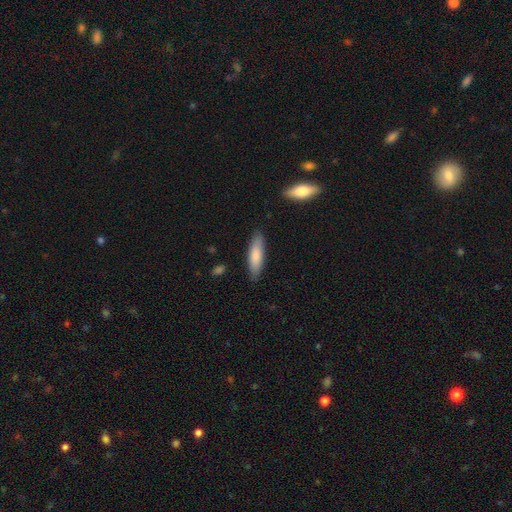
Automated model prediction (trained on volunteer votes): A smooth galaxy with no disk features (81%) that is cigar-shaped (62%).

Vote fractions:
- Smooth or featured? smooth: 81% / featured or disk: 14% / star or artifact: 5%
- How rounded? cigar-shaped: 62% / in between: 36% / round: 1%
- Merging? none: 85% / minor disturbance: 11% / major disturbance: 2% / merger: 1%